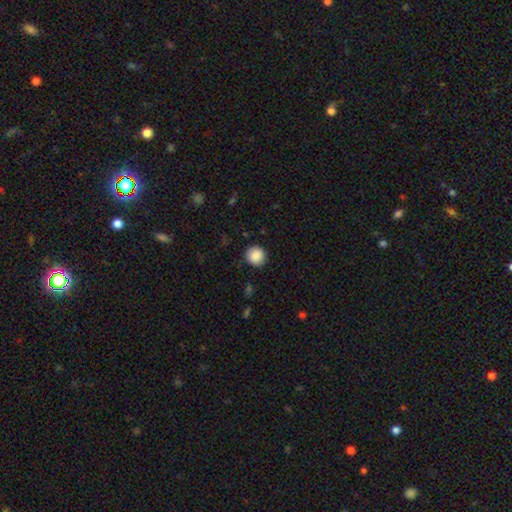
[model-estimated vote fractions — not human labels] This is clearly a smooth galaxy (88%). How rounded: clearly round (92%). Merging: clearly none (89%).